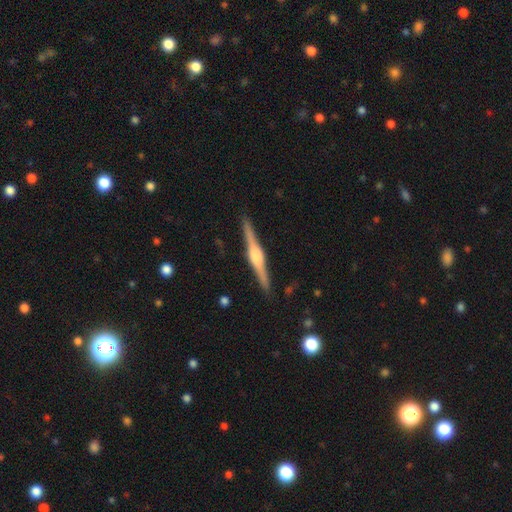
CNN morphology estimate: featured or disk 81%, smooth 14%, star or artifact 5%. Down the decision tree: edge-on disk — yes (98%); edge-on bulge — rounded (78%); merging — none (91%).